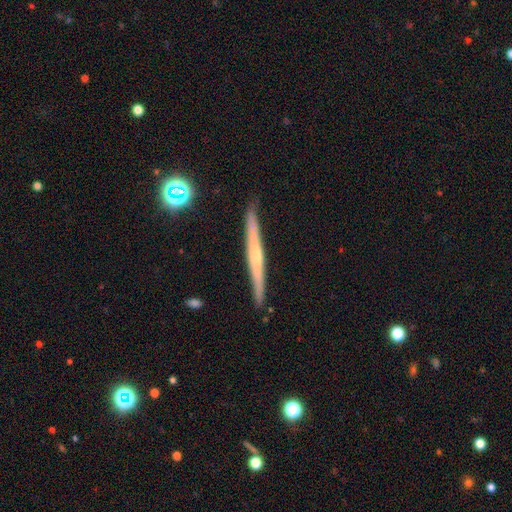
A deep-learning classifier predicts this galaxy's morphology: Q: Smooth or featured?
A: featured or disk (63%); runner-up: smooth (30%)
Q: Edge-on disk?
A: yes (97%); runner-up: no (3%)
Q: Edge-on bulge?
A: none (53%); runner-up: rounded (38%)
Q: Merging?
A: none (90%); runner-up: minor disturbance (7%)